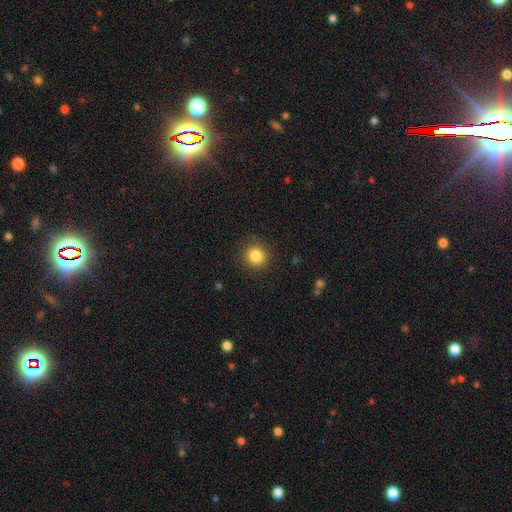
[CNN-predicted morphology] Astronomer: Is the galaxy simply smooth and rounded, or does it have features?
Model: smooth — 84%.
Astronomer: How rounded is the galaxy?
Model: round — 93%.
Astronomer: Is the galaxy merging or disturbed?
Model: none — 90%.